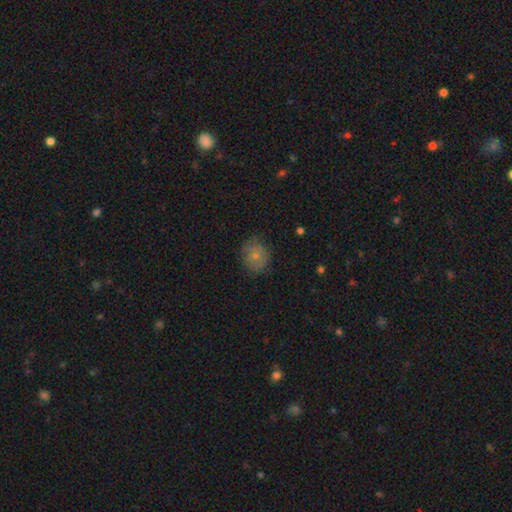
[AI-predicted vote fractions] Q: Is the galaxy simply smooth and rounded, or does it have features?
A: smooth — 66%.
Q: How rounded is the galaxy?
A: round — 76%.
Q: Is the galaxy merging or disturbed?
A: none — 73%.